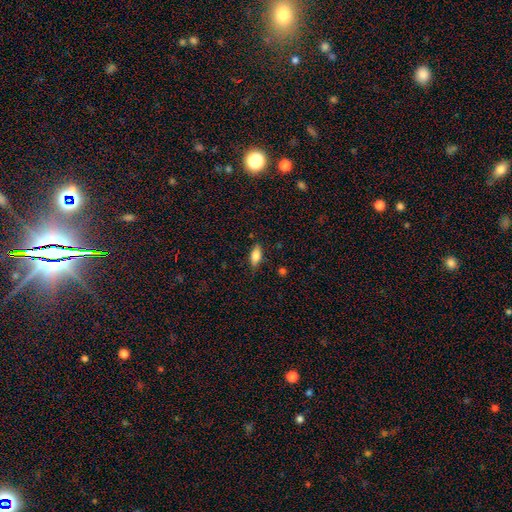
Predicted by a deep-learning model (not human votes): smooth-or-featured: smooth: 81% | featured or disk: 11% | star or artifact: 8%
  how-rounded: in between: 84% | cigar-shaped: 13% | round: 3%
  merging: none: 79% | minor disturbance: 16% | major disturbance: 3% | merger: 1%